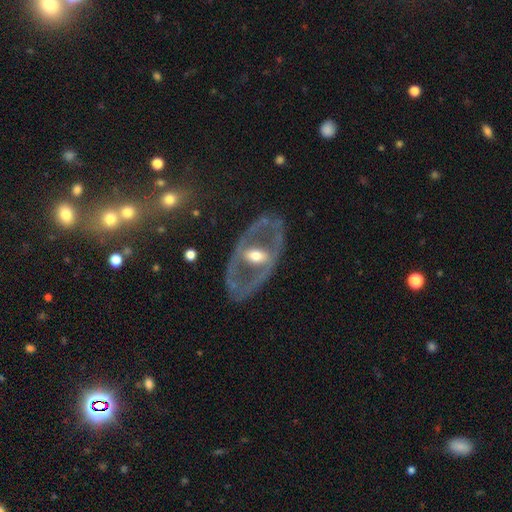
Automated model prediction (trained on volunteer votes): Smooth or featured? featured or disk (78%)
Edge-on disk? no (90%)
Bar? no (35%)
Spiral arms? no (68%)
Bulge size? moderate (68%)
Merging? none (71%)